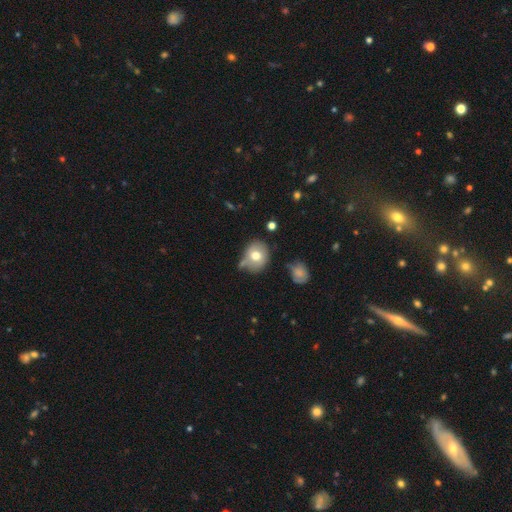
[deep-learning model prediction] A smooth galaxy with no disk features (72%) that is round (69%). Merging: none (59%).